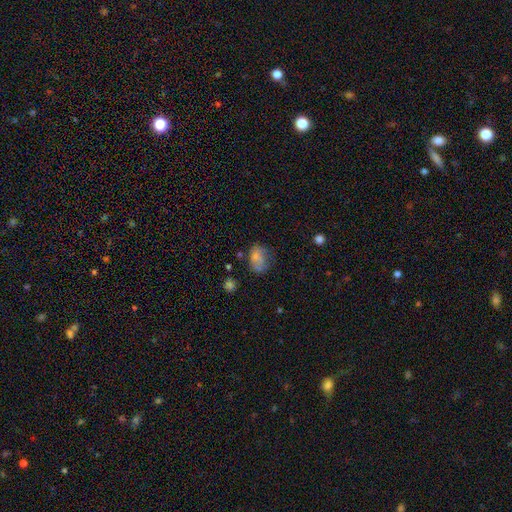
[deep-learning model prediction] The model was most divided on "merging": none: 52%, minor disturbance: 28%, major disturbance: 15%, merger: 5%. More confident: how rounded — in between (73%); smooth or featured — smooth (62%).